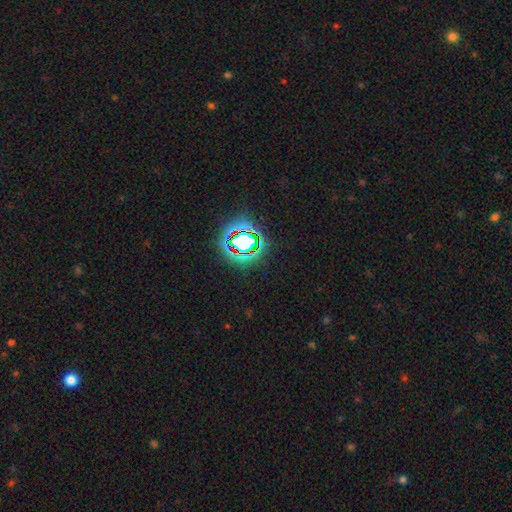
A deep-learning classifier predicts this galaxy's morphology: This appears to be a star or artifact, not a galaxy (78%).